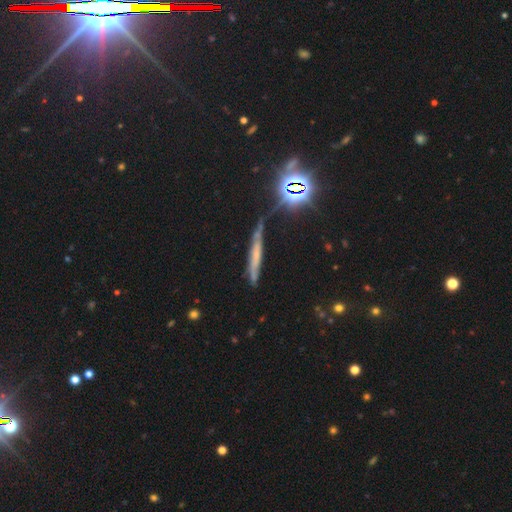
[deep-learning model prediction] smooth 38%, featured or disk 35%, star or artifact 27%. Down the decision tree: merging — none (61%).